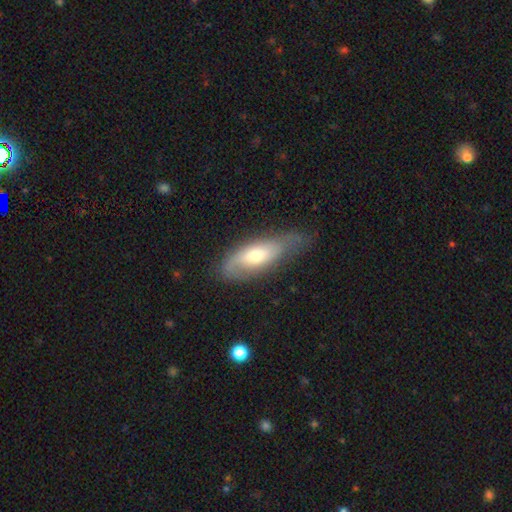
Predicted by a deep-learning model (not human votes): Smooth or featured: smooth — 50% (featured or disk — 44%)
Merging: none — 47% (minor disturbance — 34%)